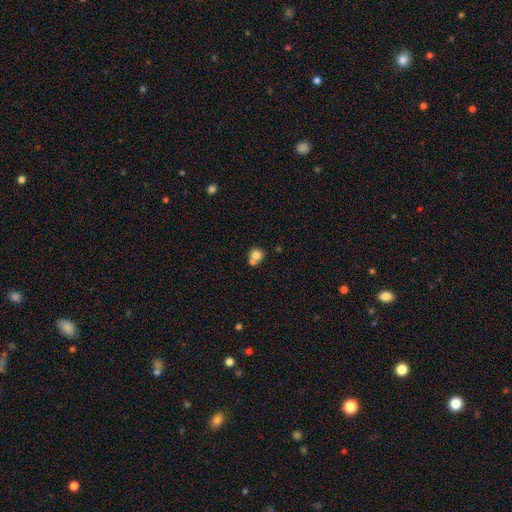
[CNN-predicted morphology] type=smooth (78%); roundness=round (86%); merging=none (46%).